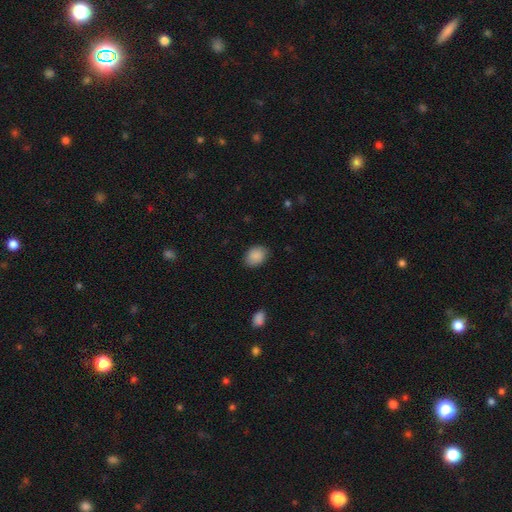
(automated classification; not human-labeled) Smooth or featured: smooth — 89% (star or artifact — 7%)
How rounded: in between — 63% (round — 36%)
Merging: none — 82% (minor disturbance — 13%)